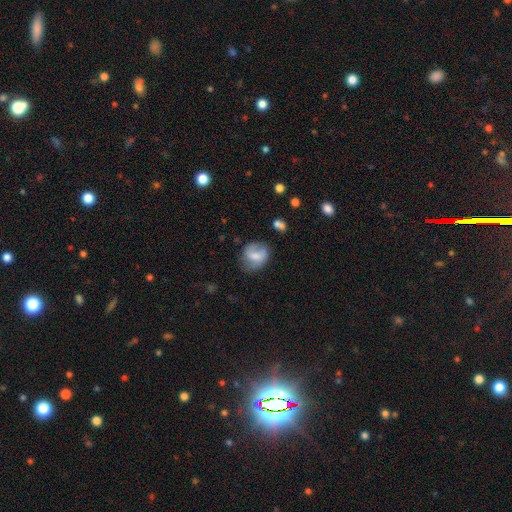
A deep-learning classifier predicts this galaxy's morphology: Smooth or featured: smooth — 55% (featured or disk — 37%)
How rounded: round — 56% (in between — 43%)
Merging: none — 56% (minor disturbance — 28%)